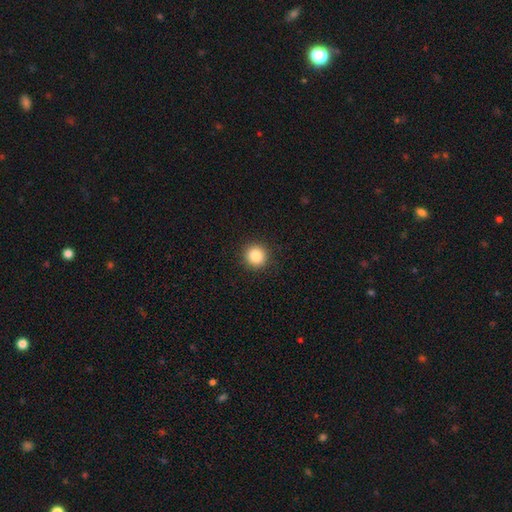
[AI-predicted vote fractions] Smooth or featured? smooth (85%)
How rounded? round (93%)
Merging? none (92%)